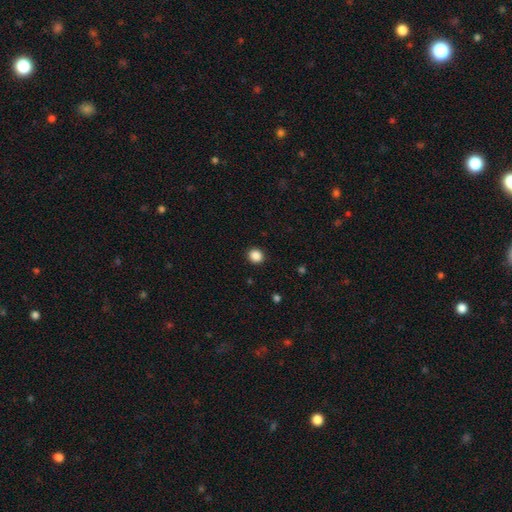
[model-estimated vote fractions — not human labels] Overall: smooth (87%). How rounded: round (86%). Merging: none (92%).